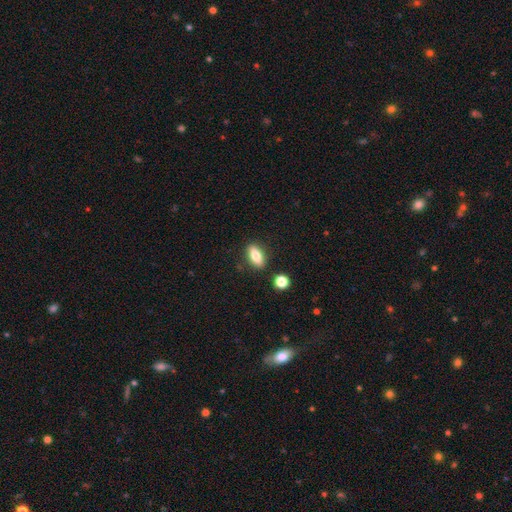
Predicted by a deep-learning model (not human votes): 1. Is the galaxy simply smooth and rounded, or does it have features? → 73% smooth, 19% featured or disk, 8% star or artifact.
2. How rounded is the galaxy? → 76% in between, 19% cigar-shaped, 6% round.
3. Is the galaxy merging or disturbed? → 85% none, 9% minor disturbance, 4% merger, 2% major disturbance.